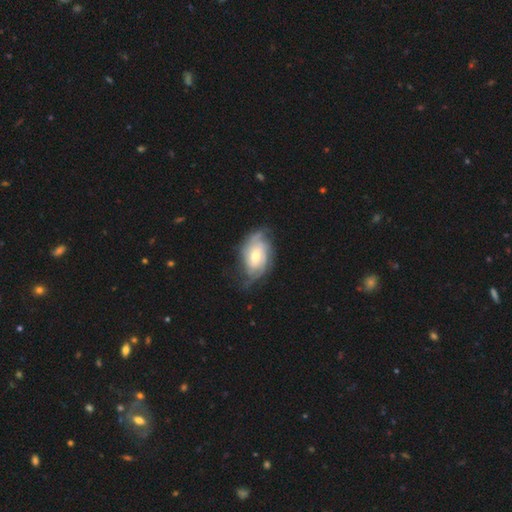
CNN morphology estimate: featured or disk 79%, smooth 16%, star or artifact 5%. Down the decision tree: edge-on disk — no (96%); bar — no (63%); spiral arms — yes (93%); spiral arm count — can't tell (36%); spiral winding — tight (56%); bulge size — moderate (63%); merging — none (64%).